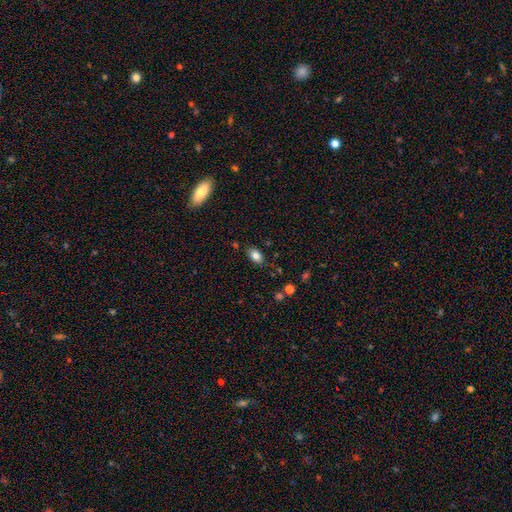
Q: Smooth or featured?
A: smooth (87%); runner-up: star or artifact (10%)
Q: How rounded?
A: in between (79%); runner-up: round (18%)
Q: Merging?
A: none (86%); runner-up: minor disturbance (11%)